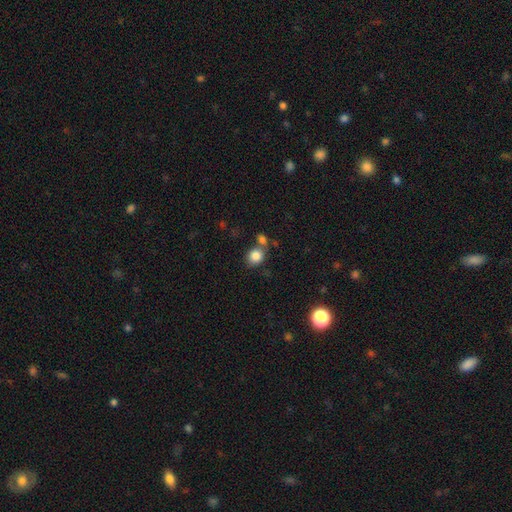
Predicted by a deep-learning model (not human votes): The model was most divided on "merging": none: 58%, merger: 25%, minor disturbance: 12%, major disturbance: 4%. More confident: smooth or featured — smooth (84%); how rounded — round (66%).